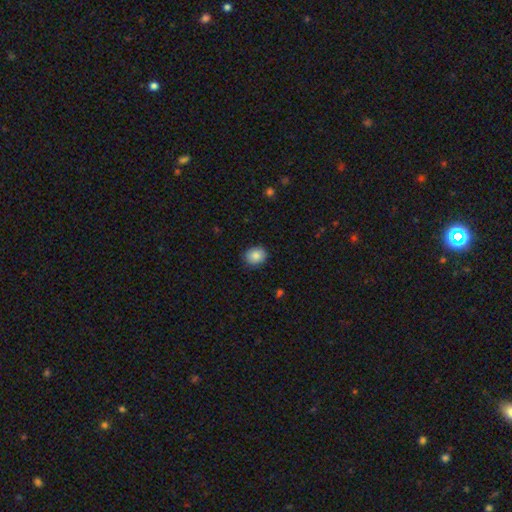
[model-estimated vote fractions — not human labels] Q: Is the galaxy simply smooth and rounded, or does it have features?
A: smooth — 87%.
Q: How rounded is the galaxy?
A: round — 61%.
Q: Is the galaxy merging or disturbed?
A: none — 88%.